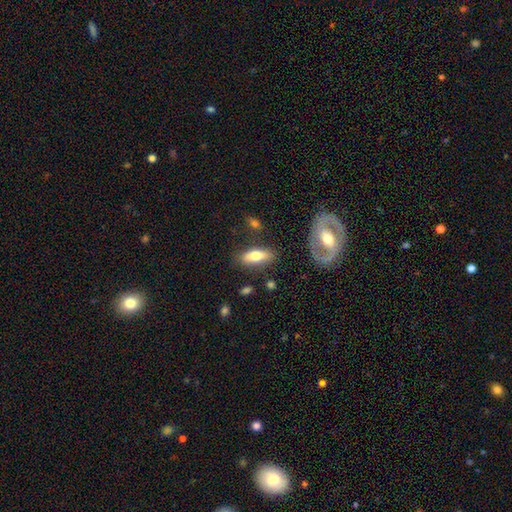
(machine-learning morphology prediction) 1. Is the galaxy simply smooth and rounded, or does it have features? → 69% smooth, 24% featured or disk, 6% star or artifact.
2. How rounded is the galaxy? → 70% in between, 27% cigar-shaped, 3% round.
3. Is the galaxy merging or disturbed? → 78% none, 14% minor disturbance, 4% merger, 4% major disturbance.